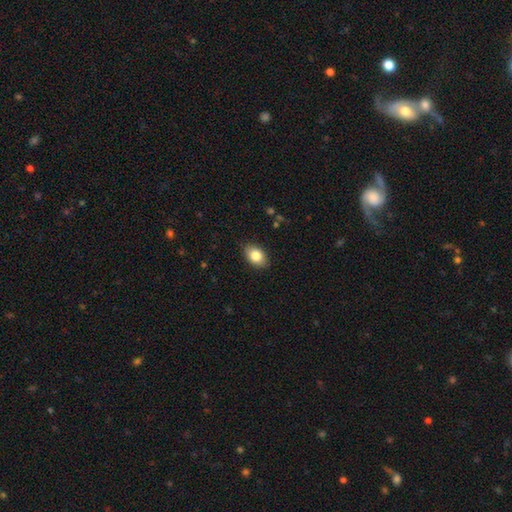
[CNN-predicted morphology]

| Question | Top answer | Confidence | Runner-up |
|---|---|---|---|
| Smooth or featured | smooth | 84% | featured or disk (9%) |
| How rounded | in between | 85% | round (14%) |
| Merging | none | 87% | minor disturbance (10%) |